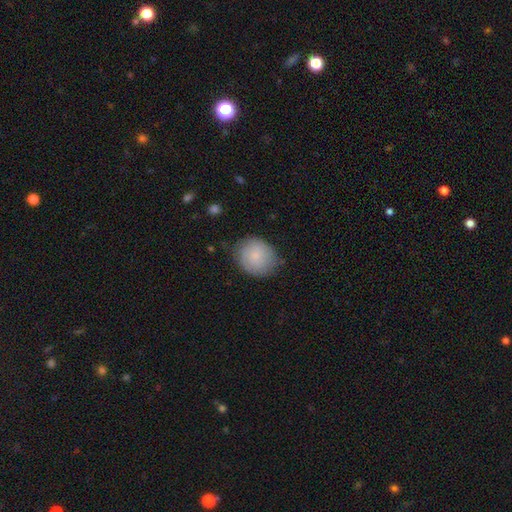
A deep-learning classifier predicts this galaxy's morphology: Smooth or featured? smooth (74%)
How rounded? round (74%)
Merging? none (73%)